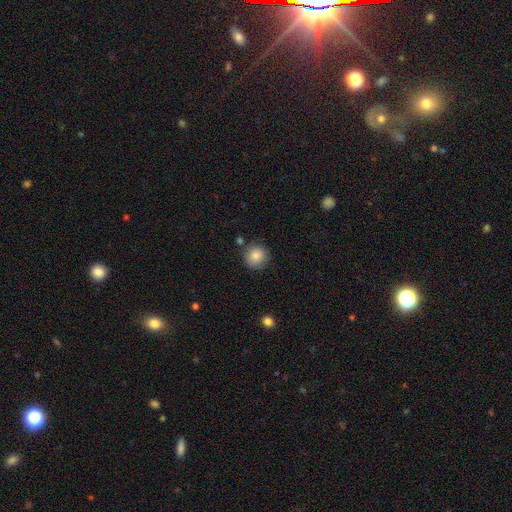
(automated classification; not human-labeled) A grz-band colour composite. It shows a smooth galaxy with no disk features (86%) that is round (94%). Merging: none (84%).